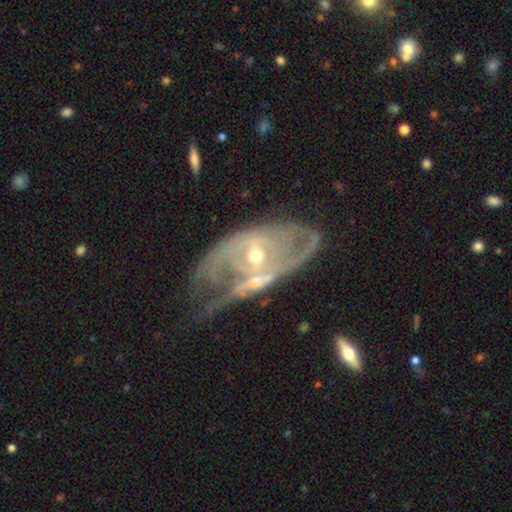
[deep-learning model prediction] Smooth or featured: featured or disk — 86% (smooth — 8%)
Edge-on disk: no — 93% (yes — 7%)
Bar: no — 59% (weak — 29%)
Spiral arms: yes — 86% (no — 14%)
Spiral winding: tight — 53% (medium — 34%)
Spiral arm count: 2 — 44% (can't tell — 33%)
Bulge size: small — 49% (moderate — 48%)
Merging: none — 40% (minor disturbance — 24%)